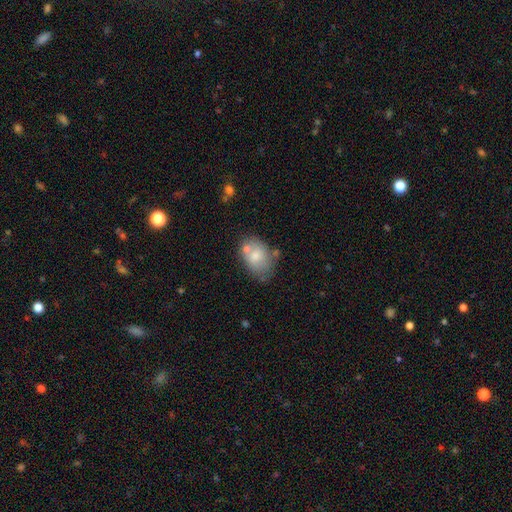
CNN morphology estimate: This appears to be a smooth galaxy with no disk features (71%) that is in between round and cigar-shaped (81%). Merging: none (52%).